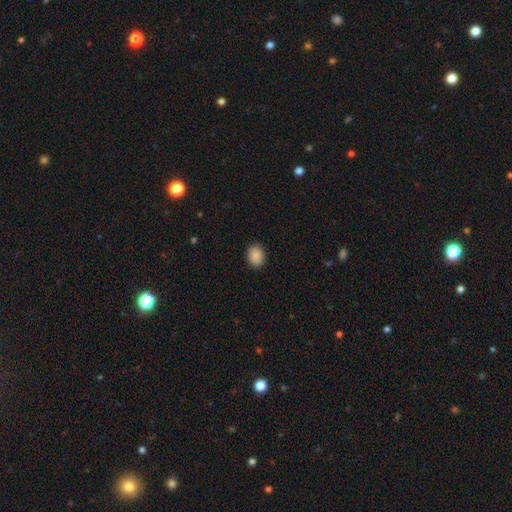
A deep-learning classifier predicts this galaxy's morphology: The model was most divided on "how rounded": in between: 54%, round: 45%, cigar-shaped: 1%. More confident: merging — none (90%); smooth or featured — smooth (89%).